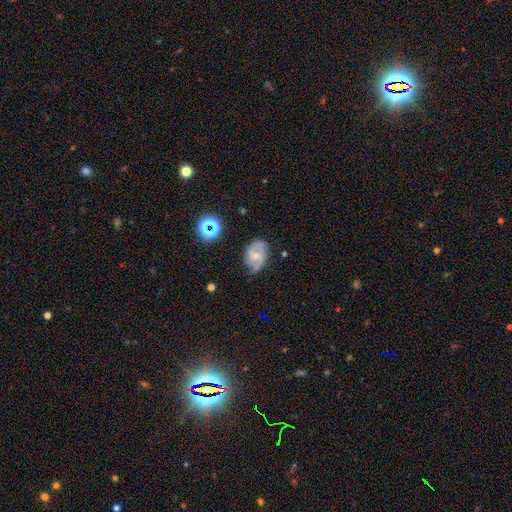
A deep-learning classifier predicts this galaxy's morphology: smooth_or_featured: featured or disk (p=0.61) [alt: smooth p=0.30]
disk_edge_on: no (p=0.97) [alt: yes p=0.03]
bar: no (p=0.46) [alt: weak p=0.45]
has_spiral_arms: yes (p=0.86) [alt: no p=0.14]
spiral_winding: medium (p=0.47) [alt: tight p=0.27]
spiral_arm_count: 2 (p=0.72) [alt: can't tell p=0.16]
bulge_size: small (p=0.56) [alt: moderate p=0.36]
merging: none (p=0.60) [alt: minor disturbance p=0.29]